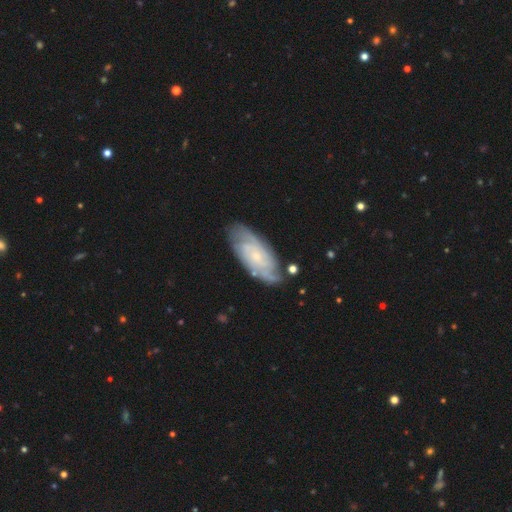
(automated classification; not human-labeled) Morphology: type=featured or disk (76%); edge-on=no (91%); bar=no (71%); spiral arms=yes (92%); winding=tight (64%); arm count=can't tell (41%); bulge=small (76%); merging=none (78%).